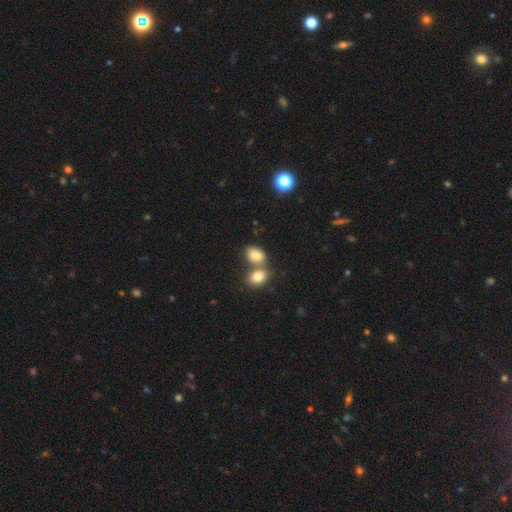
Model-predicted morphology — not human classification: Q: Smooth or featured?
A: smooth (81%); runner-up: featured or disk (10%)
Q: How rounded?
A: in between (77%); runner-up: round (22%)
Q: Merging?
A: merger (49%); runner-up: none (38%)